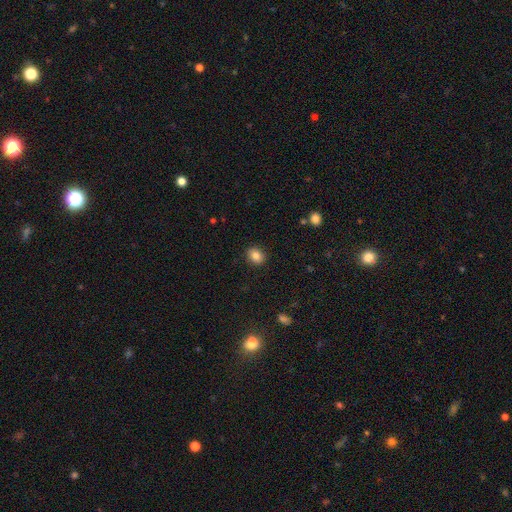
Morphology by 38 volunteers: A smooth galaxy with no disk features (95%) that is round (56%).

Vote fractions:
- Smooth or featured? smooth: 95% / featured or disk: 3% / star or artifact: 3%
- How rounded? round: 56% / in between: 44% / cigar-shaped: 0%
- Merging? none: 92% / minor disturbance: 5% / major disturbance: 3% / merger: 0%